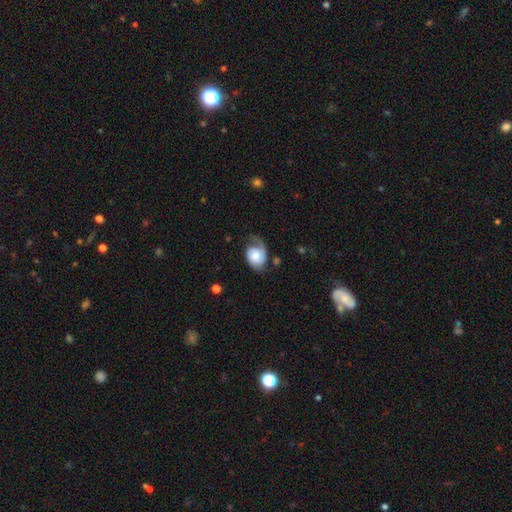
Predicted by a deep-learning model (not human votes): smooth-or-featured: featured or disk: 57% | smooth: 36% | star or artifact: 7%
  disk-edge-on: no: 97% | yes: 3%
    bar: no: 75% | weak: 21% | strong: 4%
    has-spiral-arms: yes: 88% | no: 12%
    bulge-size: moderate: 46% | small: 28% | large: 18% | none: 4% | dominant: 4%
  merging: none: 39% | major disturbance: 29% | minor disturbance: 29% | merger: 2%